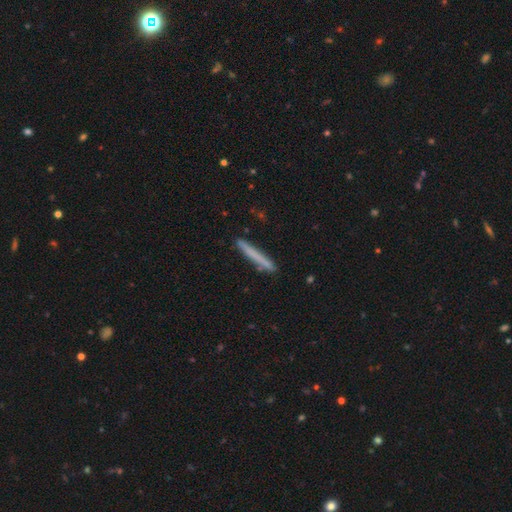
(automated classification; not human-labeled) smooth 67%, featured or disk 27%, star or artifact 6%. Down the decision tree: how rounded — cigar-shaped (97%); merging — none (89%).